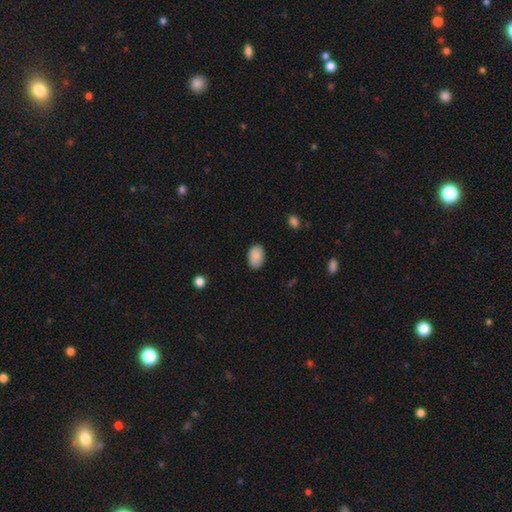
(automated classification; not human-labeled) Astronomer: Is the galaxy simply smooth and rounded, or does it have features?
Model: smooth — 89%.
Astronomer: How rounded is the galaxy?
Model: in between — 89%.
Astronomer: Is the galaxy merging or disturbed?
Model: none — 85%.